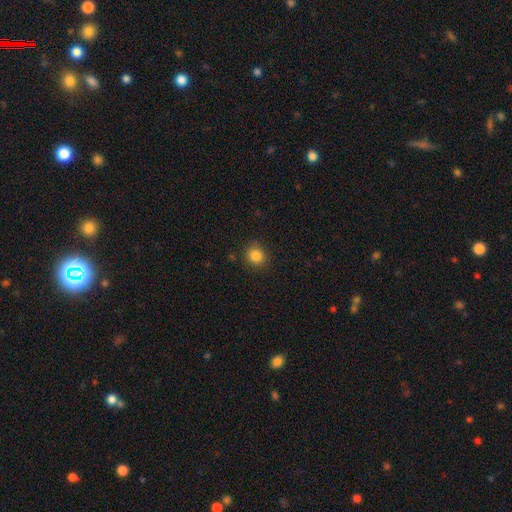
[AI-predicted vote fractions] The model was most divided on "smooth or featured": smooth: 85%, star or artifact: 11%, featured or disk: 4%. More confident: merging — none (87%); how rounded — round (87%).